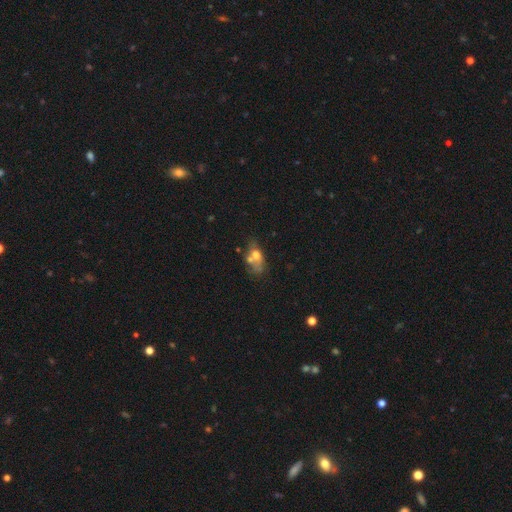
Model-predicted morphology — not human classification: A smooth galaxy with no disk features (55%) that is in between round and cigar-shaped (70%). Merging: merger (40%).